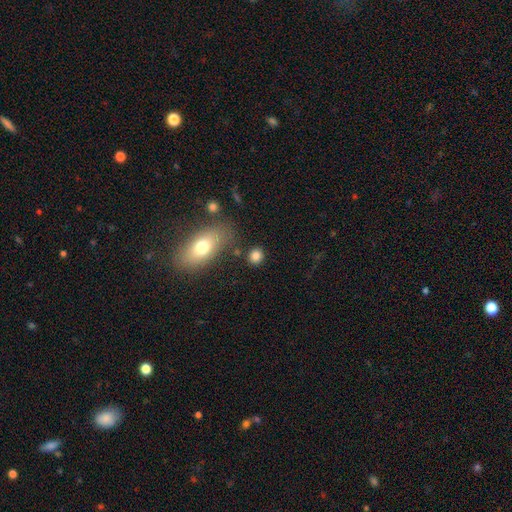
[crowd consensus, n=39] smooth-or-featured: smooth: 87% | featured or disk: 10% | star or artifact: 3%
  how-rounded: round: 79% | in between: 21% | cigar-shaped: 0%
  merging: none: 76% | minor disturbance: 11% | merger: 8% | major disturbance: 5%